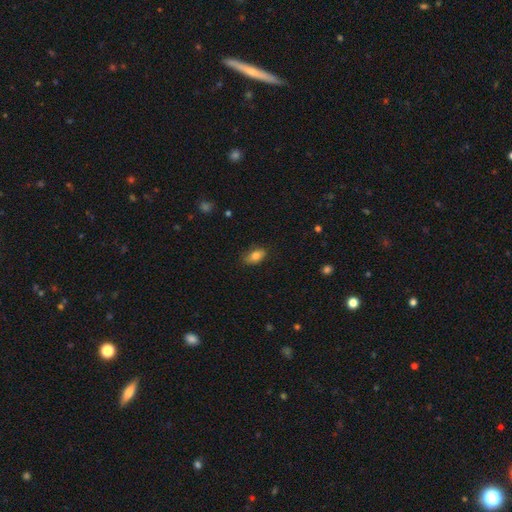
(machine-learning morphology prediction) smooth_or_featured: smooth (p=0.82) [alt: featured or disk p=0.09]
how_rounded: in between (p=0.89) [alt: round p=0.08]
merging: none (p=0.76) [alt: minor disturbance p=0.19]